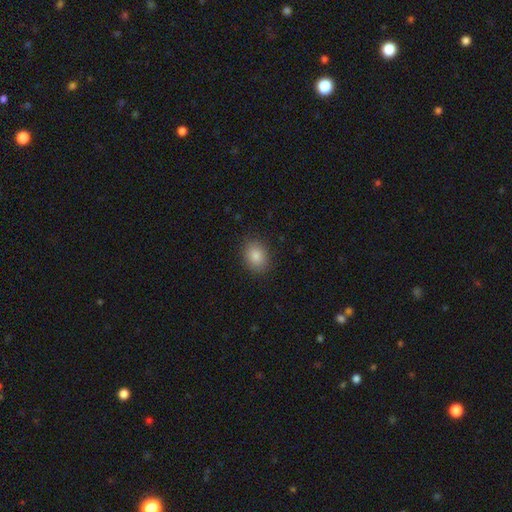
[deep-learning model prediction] Q: Smooth or featured?
A: smooth (84%); runner-up: star or artifact (10%)
Q: How rounded?
A: in between (57%); runner-up: round (42%)
Q: Merging?
A: none (88%); runner-up: minor disturbance (8%)